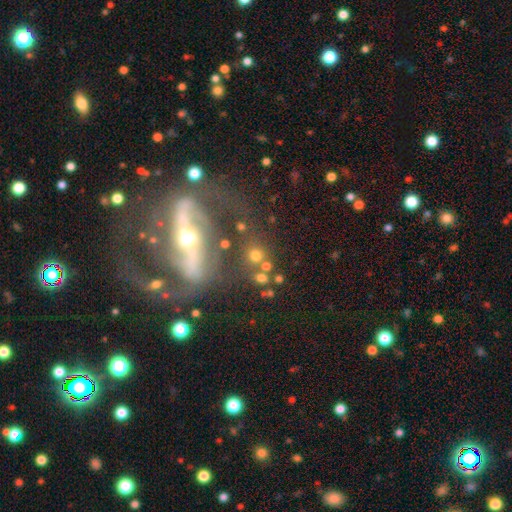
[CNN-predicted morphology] Smooth or featured? Predicted: smooth (p=0.67). How rounded? Predicted: round (p=0.86). Merging? Predicted: none (p=0.68).